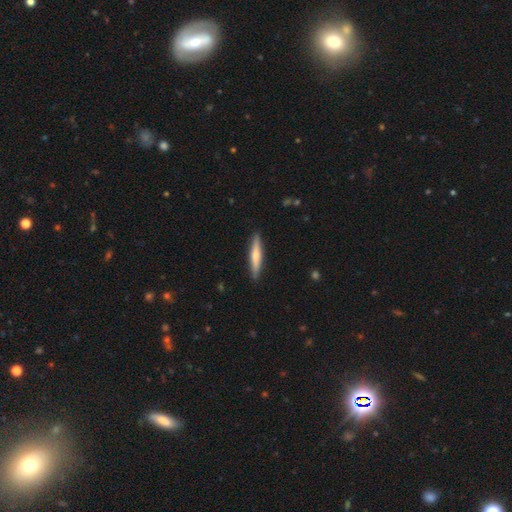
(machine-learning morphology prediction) Overall: smooth (59%; featured or disk 36%). How rounded: cigar-shaped (92%). Merging: none (90%).